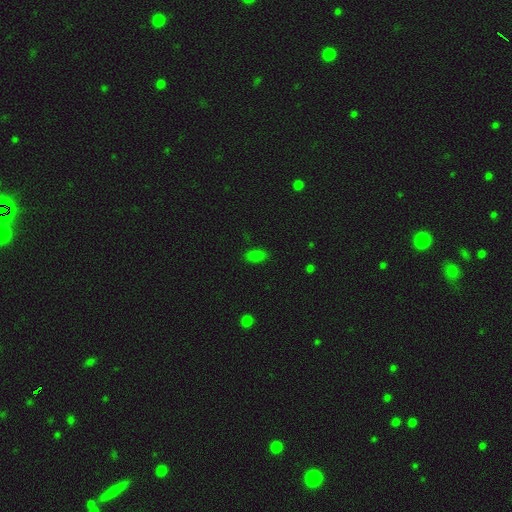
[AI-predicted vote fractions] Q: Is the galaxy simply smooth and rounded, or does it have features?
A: smooth — 81%.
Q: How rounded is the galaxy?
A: in between — 91%.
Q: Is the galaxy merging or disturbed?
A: none — 84%.